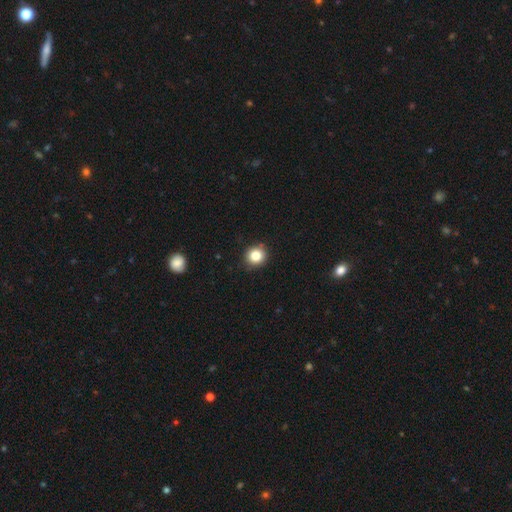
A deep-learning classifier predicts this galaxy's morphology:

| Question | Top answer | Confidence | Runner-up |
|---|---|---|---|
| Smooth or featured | smooth | 84% | star or artifact (11%) |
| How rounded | round | 88% | in between (11%) |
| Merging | none | 88% | minor disturbance (8%) |